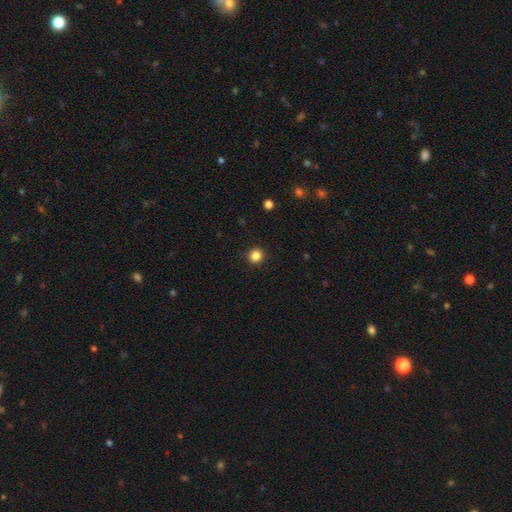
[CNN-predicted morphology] Overall: smooth (84%). How rounded: round (92%). Merging: none (92%).